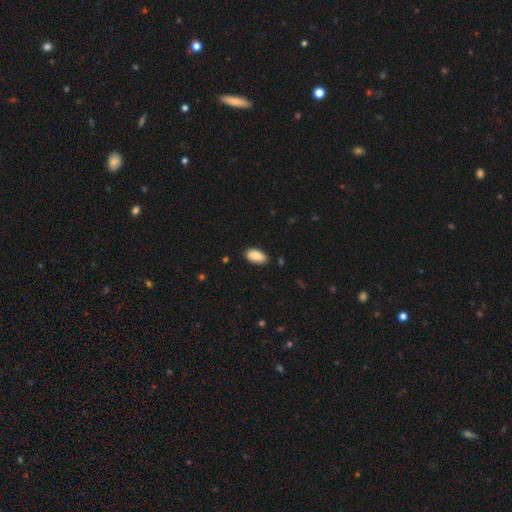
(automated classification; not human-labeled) Smooth or featured? Predicted: smooth (p=0.85). How rounded? Predicted: in between (p=0.94). Merging? Predicted: none (p=0.86).